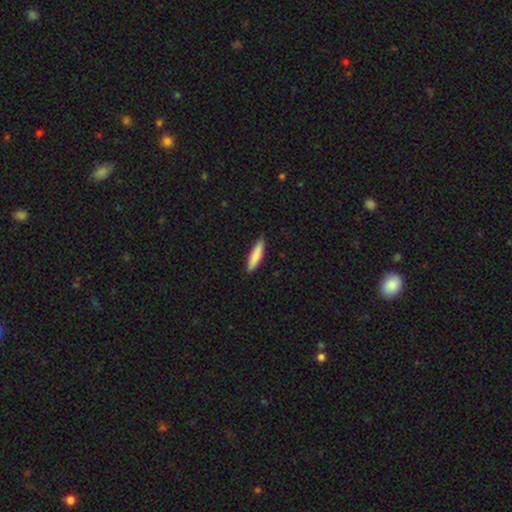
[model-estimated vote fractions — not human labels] smooth 85%, featured or disk 10%, star or artifact 5%. Down the decision tree: how rounded — cigar-shaped (77%); merging — none (87%).